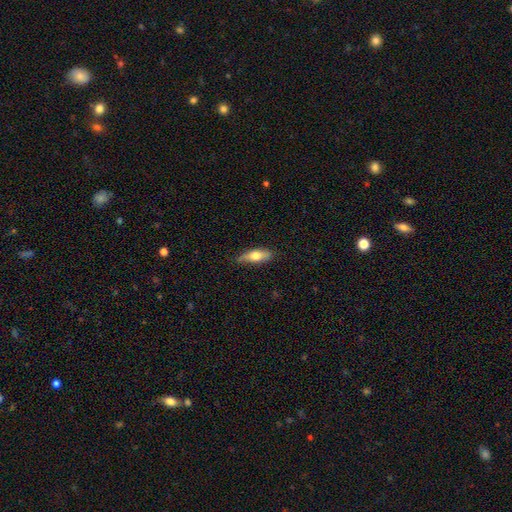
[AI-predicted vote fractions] smooth 65%, featured or disk 29%, star or artifact 6%. Down the decision tree: how rounded — in between (57%); merging — none (77%).